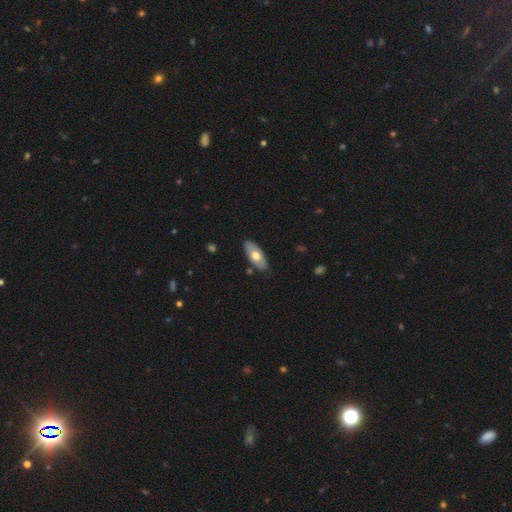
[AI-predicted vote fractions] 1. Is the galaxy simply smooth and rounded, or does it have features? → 57% smooth, 38% featured or disk, 5% star or artifact.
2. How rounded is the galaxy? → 89% in between, 9% cigar-shaped, 3% round.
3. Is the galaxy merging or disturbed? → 85% none, 11% minor disturbance, 2% major disturbance, 2% merger.